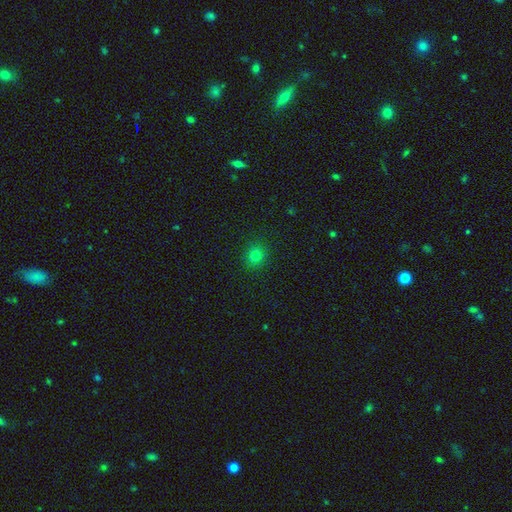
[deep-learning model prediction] Smooth or featured?
  - smooth: 78% *
  - star or artifact: 16%
  - featured or disk: 6%
How rounded?
  - round: 82% *
  - in between: 17%
  - cigar-shaped: 1%
Merging?
  - none: 90% *
  - minor disturbance: 7%
  - major disturbance: 2%
  - merger: 1%